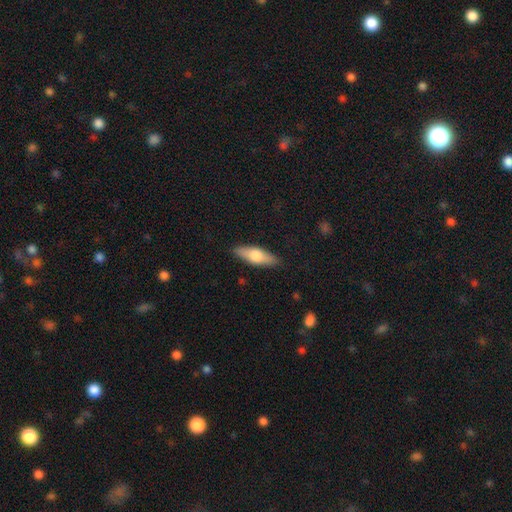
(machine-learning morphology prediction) The model was most divided on "how rounded": in between: 54%, cigar-shaped: 43%, round: 3%. More confident: merging — none (88%); smooth or featured — smooth (62%).